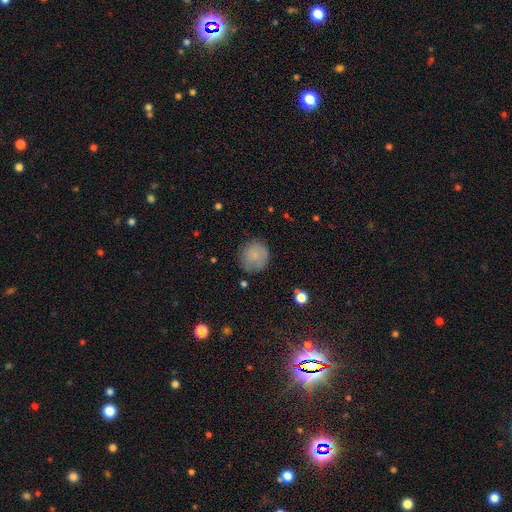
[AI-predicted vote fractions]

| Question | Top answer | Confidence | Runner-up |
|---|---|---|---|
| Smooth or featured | smooth | 81% | featured or disk (10%) |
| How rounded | round | 91% | in between (8%) |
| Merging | none | 75% | minor disturbance (18%) |